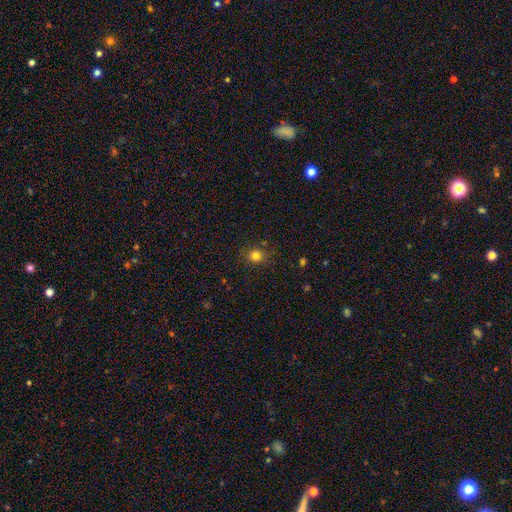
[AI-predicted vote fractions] This is clearly a smooth galaxy (80%). How rounded: clearly round (87%). Merging: clearly none (86%).